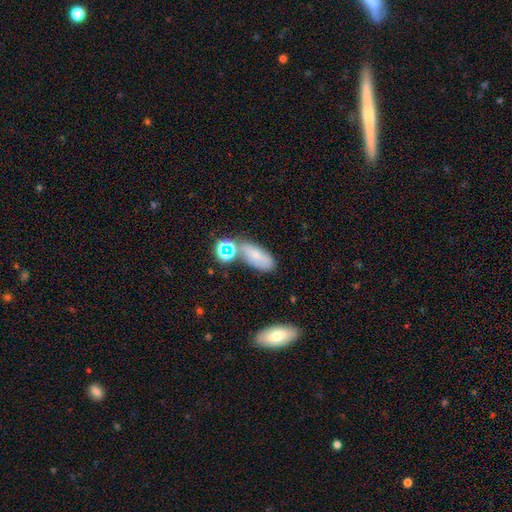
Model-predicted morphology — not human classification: smooth-or-featured: smooth: 63% | featured or disk: 22% | star or artifact: 15%
  how-rounded: in between: 83% | cigar-shaped: 10% | round: 7%
  merging: none: 54% | minor disturbance: 20% | merger: 19% | major disturbance: 7%